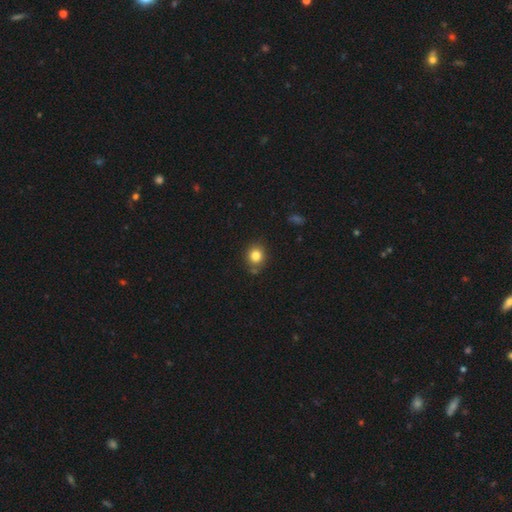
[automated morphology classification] Q: Smooth or featured?
A: smooth (81%); runner-up: star or artifact (11%)
Q: How rounded?
A: round (77%); runner-up: in between (23%)
Q: Merging?
A: none (78%); runner-up: minor disturbance (12%)